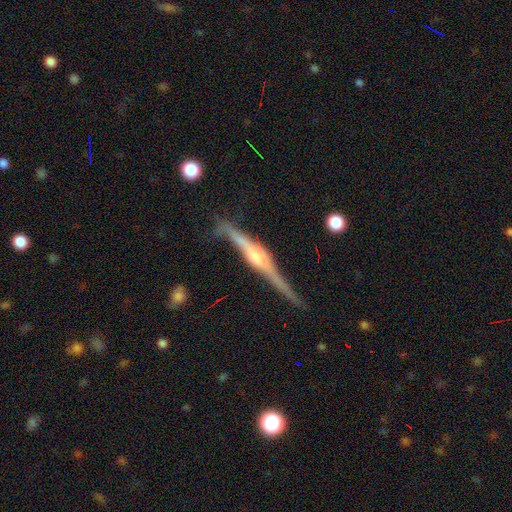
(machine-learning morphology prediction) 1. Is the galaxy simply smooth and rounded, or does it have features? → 86% featured or disk, 8% smooth, 5% star or artifact.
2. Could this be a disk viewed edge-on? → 97% yes, 3% no.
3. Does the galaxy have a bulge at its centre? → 75% rounded, 19% boxy, 6% none.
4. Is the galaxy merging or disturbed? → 71% none, 20% minor disturbance, 6% major disturbance, 3% merger.